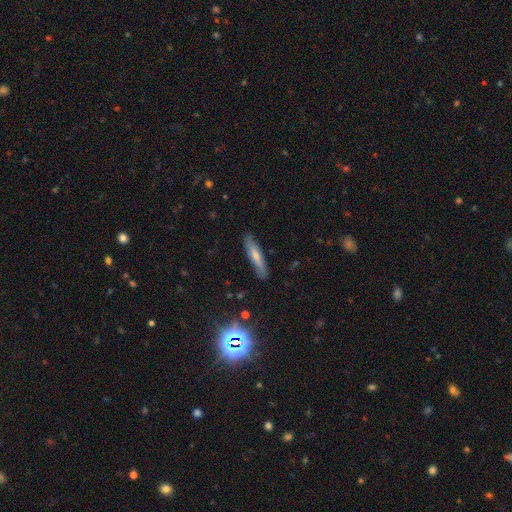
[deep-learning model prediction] This appears to be a smooth galaxy with no disk features (60%) that is cigar-shaped (79%). Merging: none (84%).